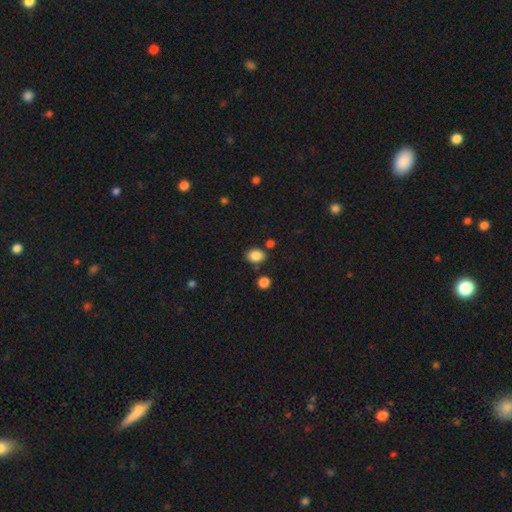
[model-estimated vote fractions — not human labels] smooth 86%, star or artifact 10%, featured or disk 4%. Down the decision tree: how rounded — in between (59%); merging — none (77%).